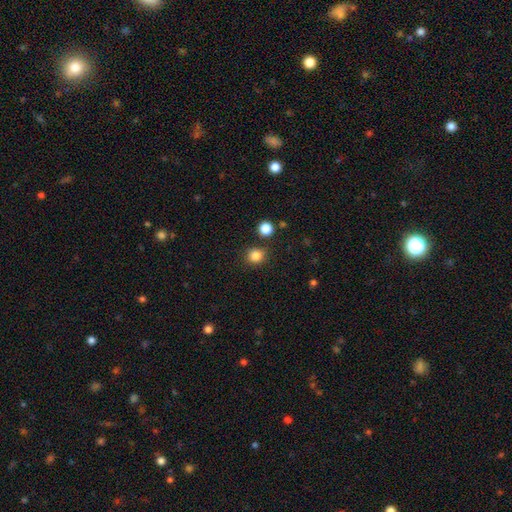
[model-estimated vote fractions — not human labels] This is clearly a smooth galaxy (84%). How rounded: clearly round (87%). Merging: clearly none (84%).